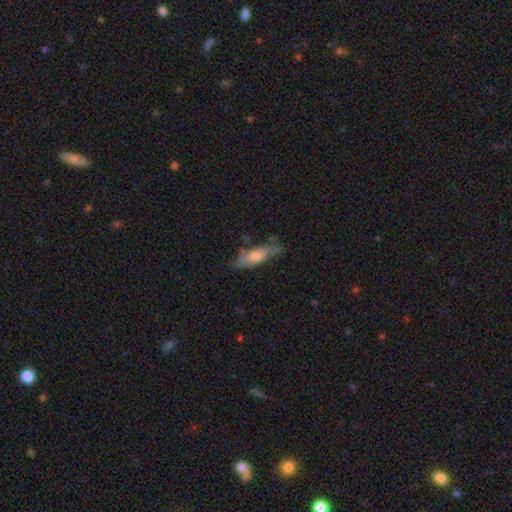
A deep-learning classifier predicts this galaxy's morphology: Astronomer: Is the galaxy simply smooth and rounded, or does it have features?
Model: smooth — 59%.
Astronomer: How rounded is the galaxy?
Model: cigar-shaped — 52% (runner-up: in between, 46%).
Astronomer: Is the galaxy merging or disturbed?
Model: none — 64%.